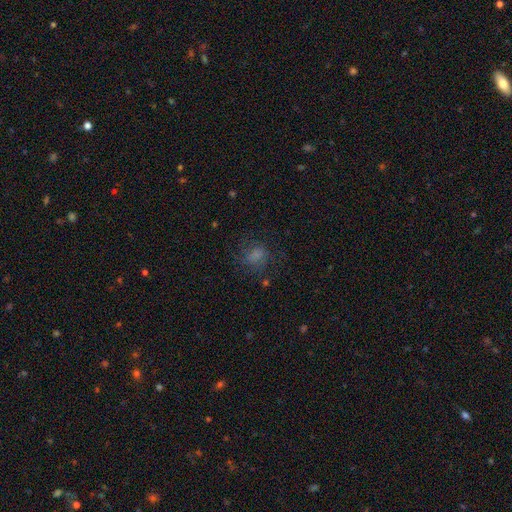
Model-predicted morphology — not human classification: Smooth or featured?
  - smooth: 63% *
  - featured or disk: 19%
  - star or artifact: 17%
How rounded?
  - round: 62% *
  - in between: 37%
  - cigar-shaped: 1%
Merging?
  - none: 62% *
  - minor disturbance: 19%
  - major disturbance: 17%
  - merger: 2%